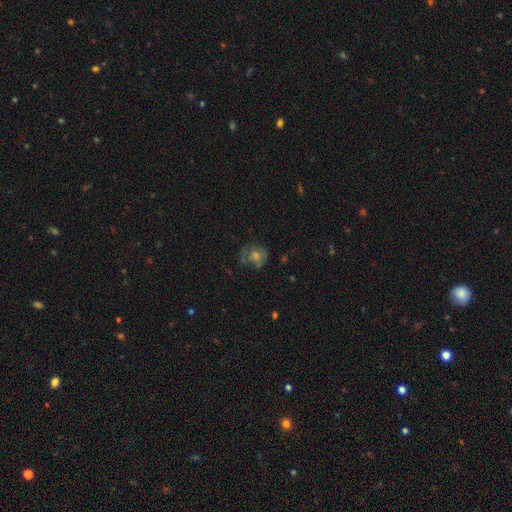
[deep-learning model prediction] smooth-or-featured: featured or disk: 47% | smooth: 35% | star or artifact: 18%
  merging: none: 64% | minor disturbance: 20% | major disturbance: 13% | merger: 2%